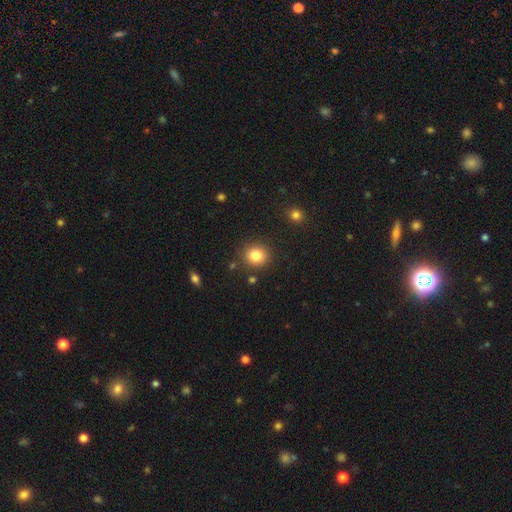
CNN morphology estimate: smooth-or-featured: smooth: 84% | star or artifact: 10% | featured or disk: 6%
  how-rounded: round: 85% | in between: 14% | cigar-shaped: 1%
  merging: none: 88% | minor disturbance: 7% | merger: 3% | major disturbance: 2%